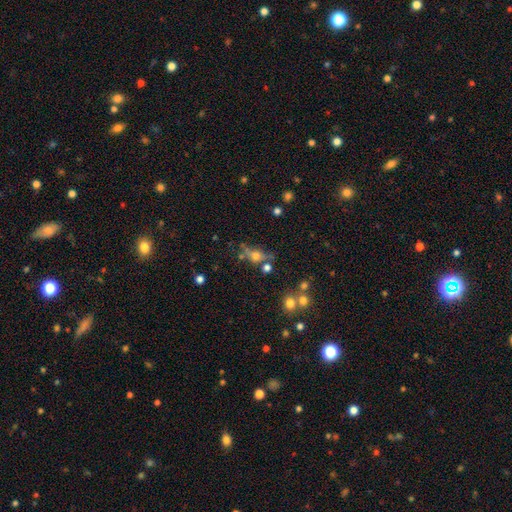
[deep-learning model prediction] smooth_or_featured: smooth (p=0.52) [alt: featured or disk p=0.31]
how_rounded: in between (p=0.49) [alt: round p=0.39]
merging: none (p=0.54) [alt: merger p=0.18]